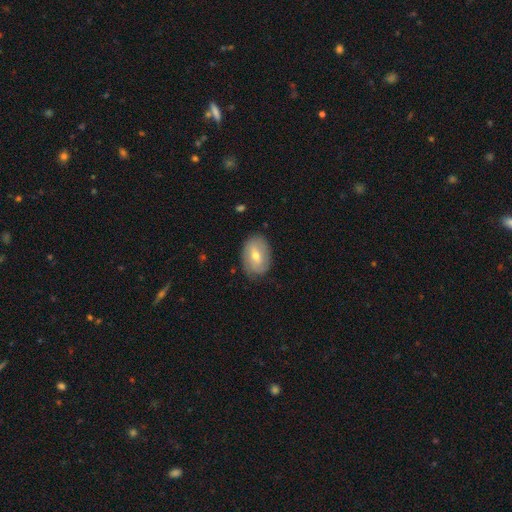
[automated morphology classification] smooth_or_featured: smooth (p=0.54) [alt: featured or disk p=0.40]
how_rounded: in between (p=0.79) [alt: round p=0.20]
merging: none (p=0.78) [alt: minor disturbance p=0.17]